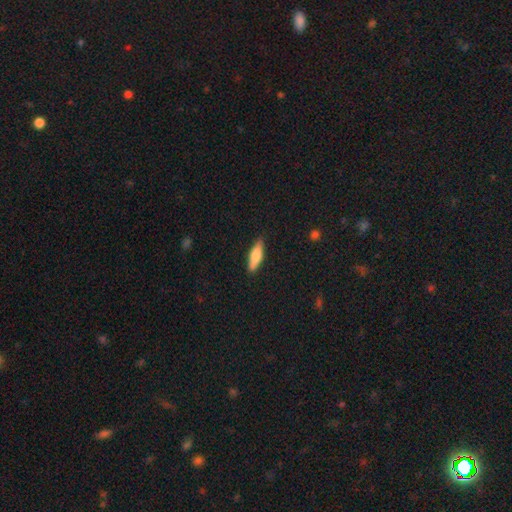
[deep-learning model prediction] The model was most divided on "how rounded": cigar-shaped: 57%, in between: 41%, round: 2%. More confident: merging — none (85%); smooth or featured — smooth (67%).